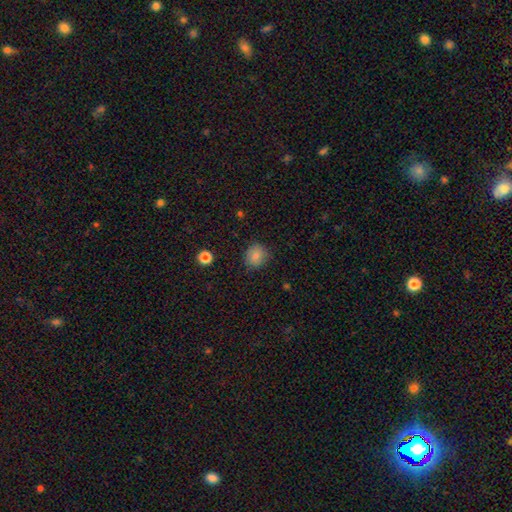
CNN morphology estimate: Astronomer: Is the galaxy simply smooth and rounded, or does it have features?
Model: smooth — 82%.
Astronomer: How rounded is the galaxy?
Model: round — 81%.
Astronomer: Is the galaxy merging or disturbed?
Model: none — 84%.